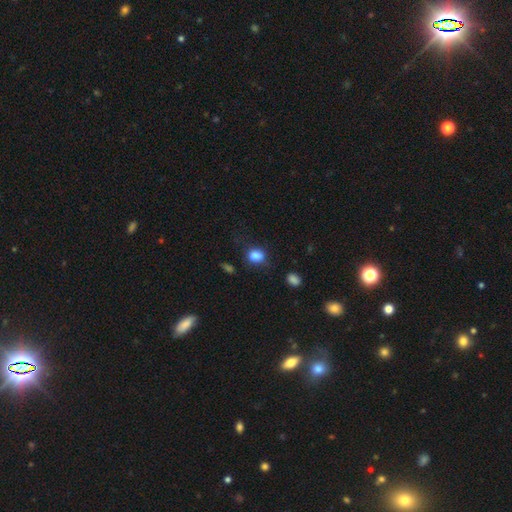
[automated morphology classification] This appears to be a smooth galaxy with no disk features (84%) that is round (51%). Merging: none (65%).